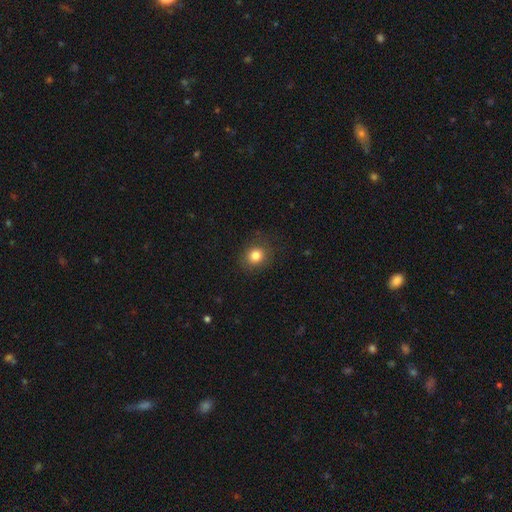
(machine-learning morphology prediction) type=smooth (82%); roundness=round (79%); merging=none (86%).